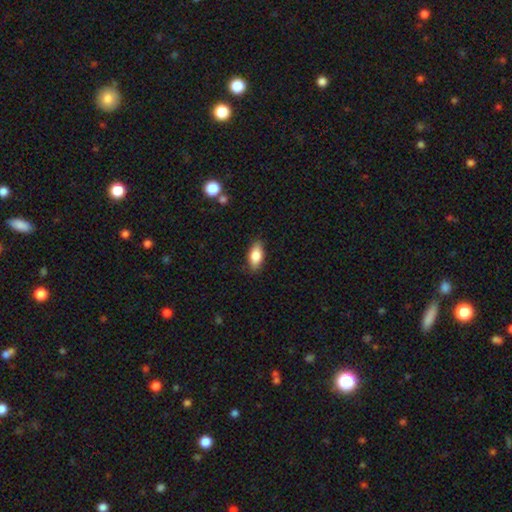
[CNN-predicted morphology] type=smooth (83%); roundness=in between (86%); merging=none (85%).